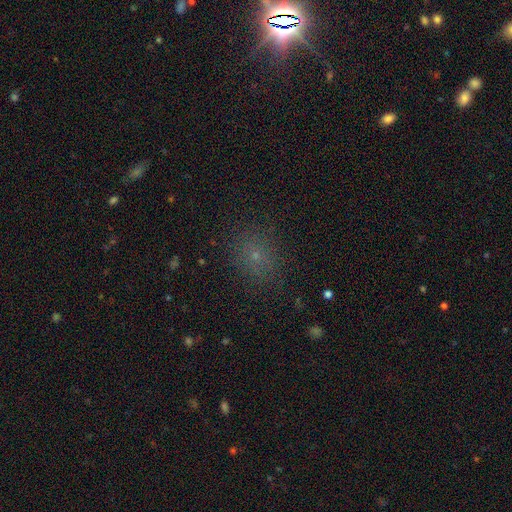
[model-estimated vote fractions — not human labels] This is likely a smooth galaxy (65%). How rounded: likely round (72%). Merging: clearly none (83%).